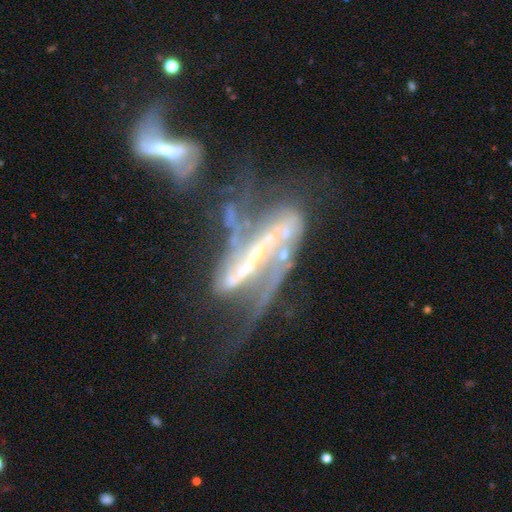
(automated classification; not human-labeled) Smooth or featured? Predicted: featured or disk (p=0.84). Edge-on disk? Predicted: no (p=0.79). Bar? Predicted: strong (p=0.66). Spiral arms? Predicted: yes (p=0.82). Spiral winding? Predicted: loose (p=0.52). Spiral arm count? Predicted: 2 (p=0.70). Bulge size? Predicted: small (p=0.49). Merging? Predicted: merger (p=0.39).